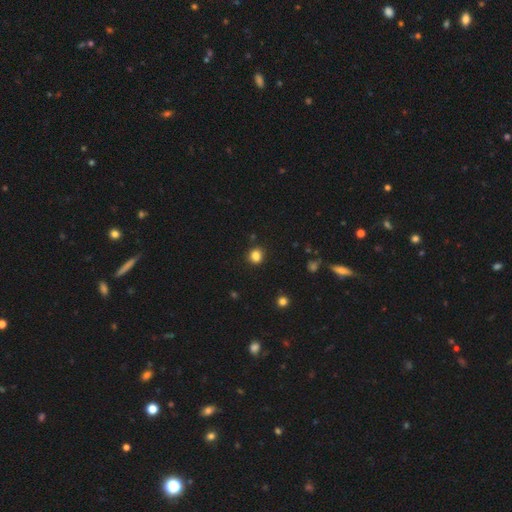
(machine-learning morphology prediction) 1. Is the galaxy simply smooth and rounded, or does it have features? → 83% smooth, 13% star or artifact, 4% featured or disk.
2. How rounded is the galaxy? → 77% round, 22% in between, 1% cigar-shaped.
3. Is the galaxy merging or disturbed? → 82% none, 11% minor disturbance, 4% merger, 3% major disturbance.